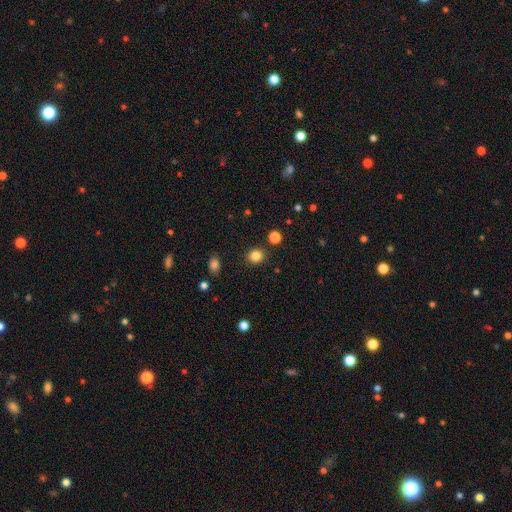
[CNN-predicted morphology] Q: Smooth or featured?
A: smooth (84%); runner-up: star or artifact (12%)
Q: How rounded?
A: round (78%); runner-up: in between (21%)
Q: Merging?
A: none (89%); runner-up: minor disturbance (7%)